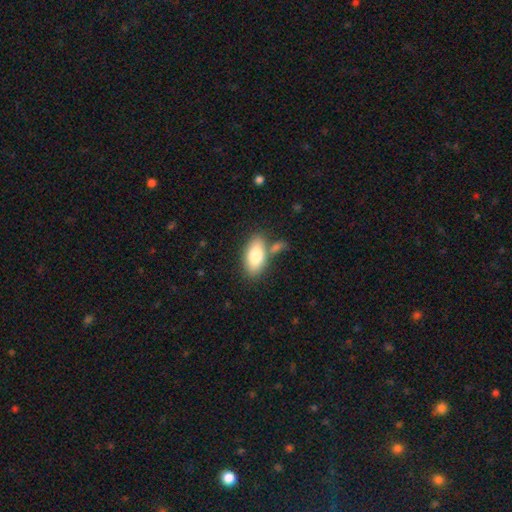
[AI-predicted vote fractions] Smooth or featured: smooth — 78% (featured or disk — 16%)
How rounded: in between — 91% (cigar-shaped — 5%)
Merging: none — 67% (merger — 15%)